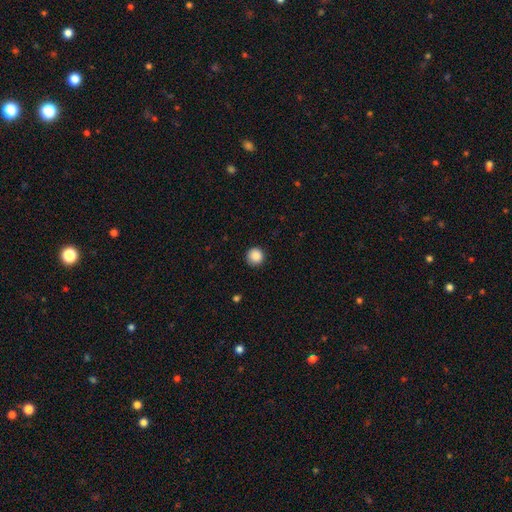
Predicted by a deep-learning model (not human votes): A smooth galaxy with no disk features (88%) that is round (95%).

Vote fractions:
- Smooth or featured? smooth: 88% / star or artifact: 9% / featured or disk: 3%
- How rounded? round: 95% / in between: 4% / cigar-shaped: 1%
- Merging? none: 88% / minor disturbance: 9% / major disturbance: 2% / merger: 1%